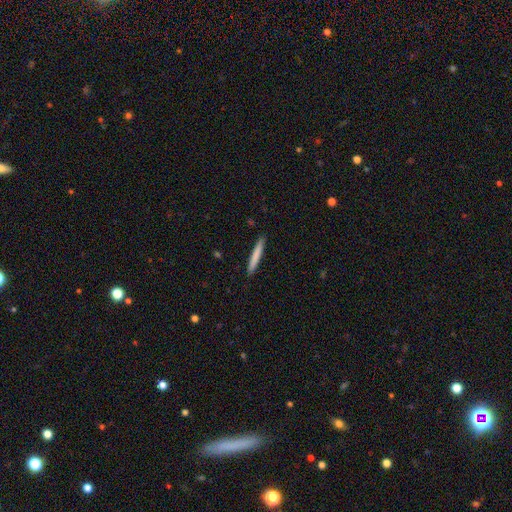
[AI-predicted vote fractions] Morphology: type=smooth (77%); roundness=cigar-shaped (96%); merging=none (91%).